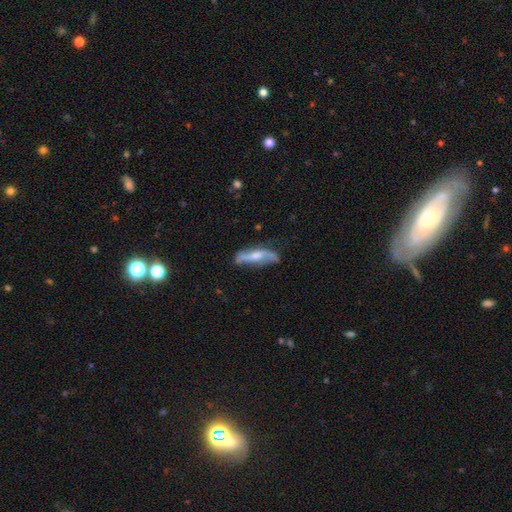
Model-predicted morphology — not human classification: type=featured or disk (65%); edge-on=no (70%); merging=none (64%).